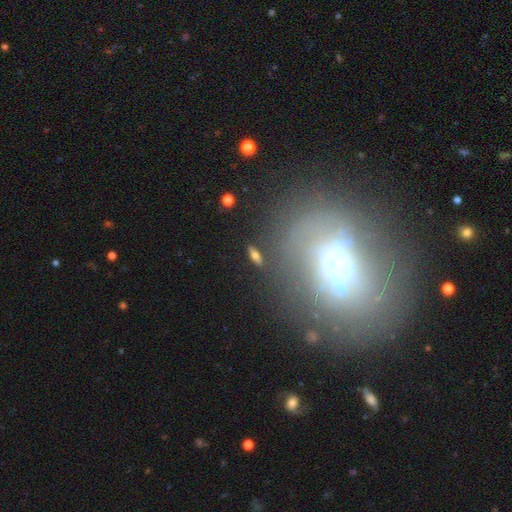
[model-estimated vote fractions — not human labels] This appears to be a featured or disk galaxy (43%). Merging: none (69%).